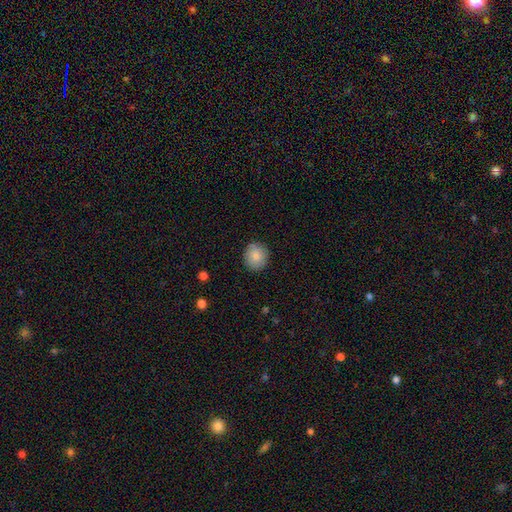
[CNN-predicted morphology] Smooth or featured? smooth (85%)
How rounded? round (81%)
Merging? none (88%)